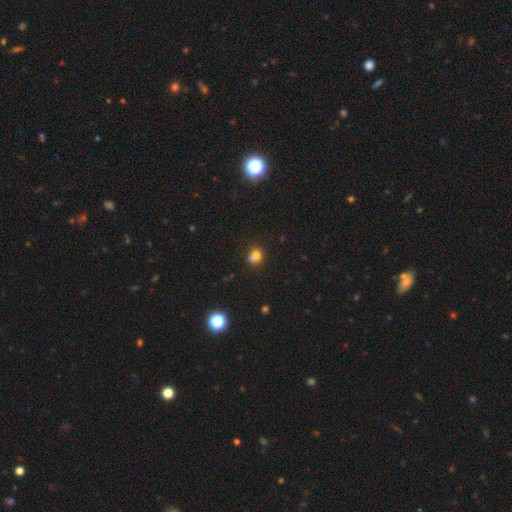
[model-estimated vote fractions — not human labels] smooth-or-featured: smooth: 77% | star or artifact: 14% | featured or disk: 9%
  how-rounded: round: 69% | in between: 30% | cigar-shaped: 1%
  merging: none: 58% | merger: 18% | minor disturbance: 18% | major disturbance: 6%